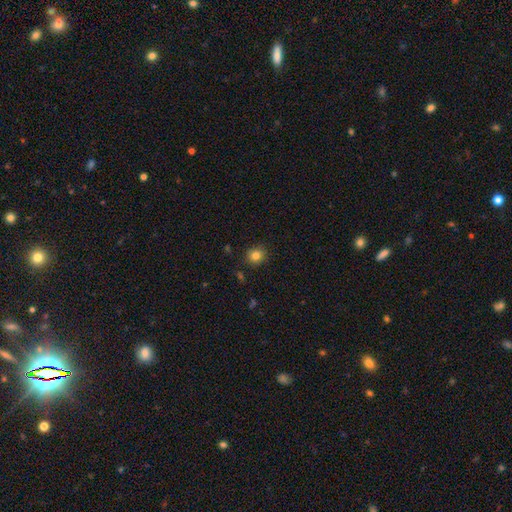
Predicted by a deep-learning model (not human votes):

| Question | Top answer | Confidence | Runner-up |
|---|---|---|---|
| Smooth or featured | smooth | 82% | star or artifact (12%) |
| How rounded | round | 82% | in between (17%) |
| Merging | none | 87% | minor disturbance (9%) |